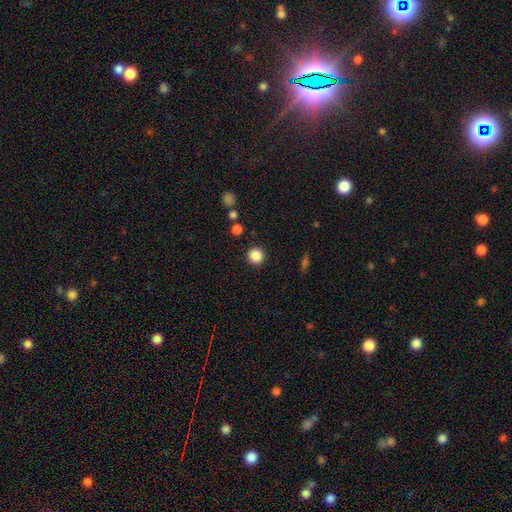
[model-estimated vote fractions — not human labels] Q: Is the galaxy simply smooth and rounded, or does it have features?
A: smooth — 86%.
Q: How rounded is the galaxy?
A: round — 93%.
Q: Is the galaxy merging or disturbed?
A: none — 91%.